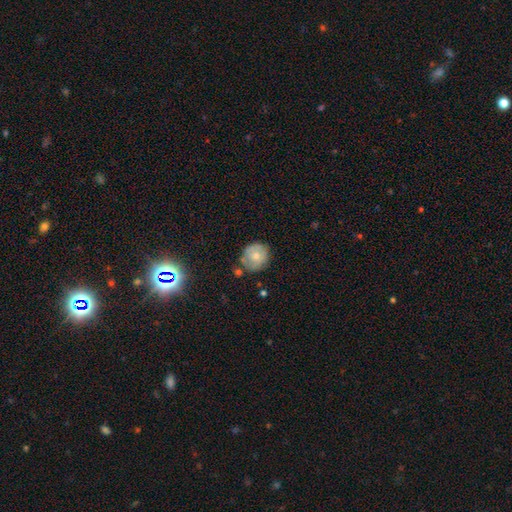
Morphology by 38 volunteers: A smooth galaxy with no disk features (76%) that is round (93%). Merging: none (56%).